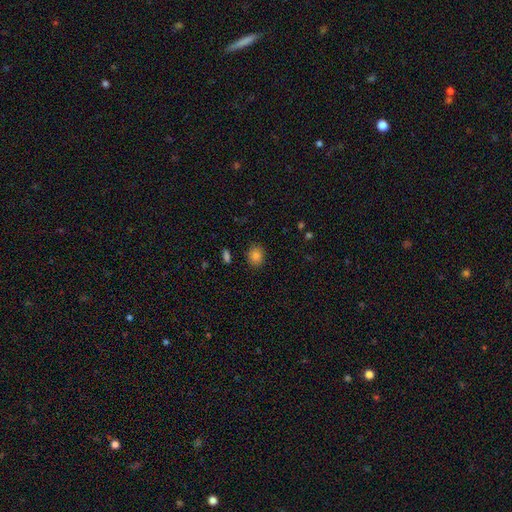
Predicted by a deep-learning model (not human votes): Smooth or featured? smooth (83%)
How rounded? round (64%)
Merging? none (88%)